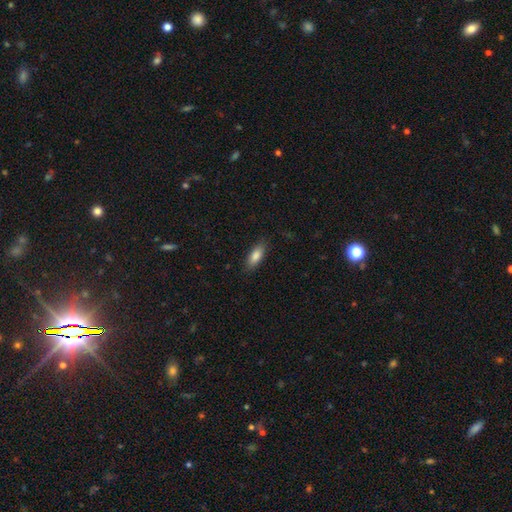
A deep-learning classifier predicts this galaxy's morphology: Smooth or featured?
  - smooth: 84% *
  - featured or disk: 9%
  - star or artifact: 7%
How rounded?
  - in between: 74% *
  - cigar-shaped: 23%
  - round: 2%
Merging?
  - none: 85% *
  - minor disturbance: 11%
  - major disturbance: 3%
  - merger: 1%